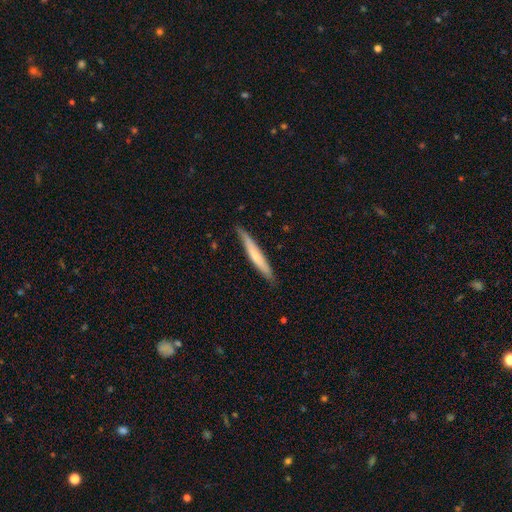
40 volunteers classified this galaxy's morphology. smooth 68%, featured or disk 30%, star or artifact 2%. Down the decision tree: how rounded — cigar-shaped (96%); merging — none (85%).